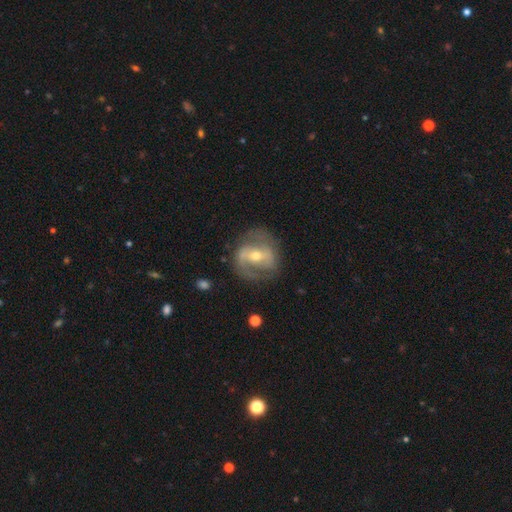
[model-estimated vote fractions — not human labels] Smooth or featured? featured or disk (79%)
Edge-on disk? no (95%)
Bar? strong (47%)
Spiral arms? yes (79%)
Spiral winding? medium (46%)
Spiral arm count? 2 (79%)
Bulge size? moderate (57%)
Merging? none (74%)